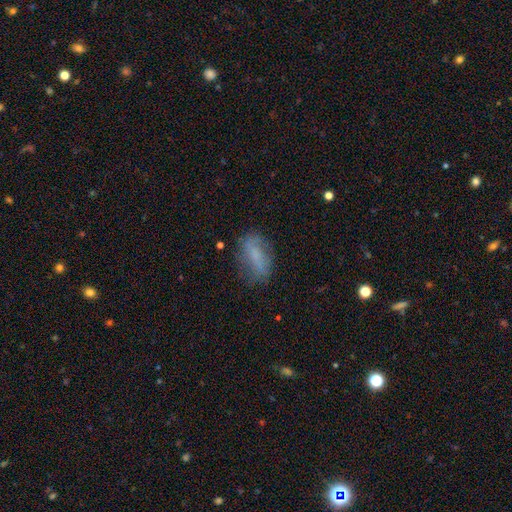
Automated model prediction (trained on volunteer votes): This appears to be a smooth galaxy with no disk features (65%) that is in between round and cigar-shaped (84%). Merging: none (67%).